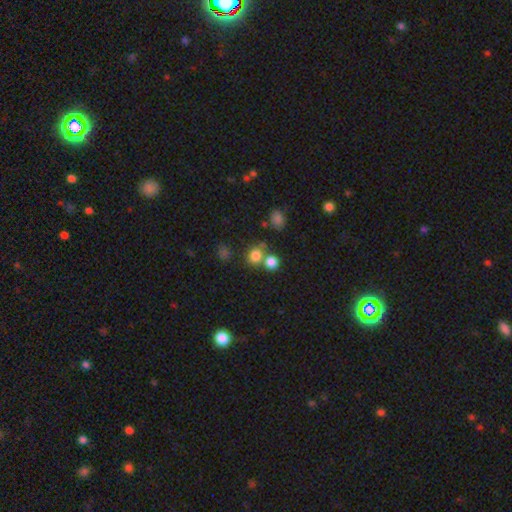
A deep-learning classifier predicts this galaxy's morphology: smooth_or_featured: smooth (p=0.78) [alt: star or artifact p=0.15]
how_rounded: round (p=0.84) [alt: in between p=0.15]
merging: none (p=0.59) [alt: merger p=0.29]